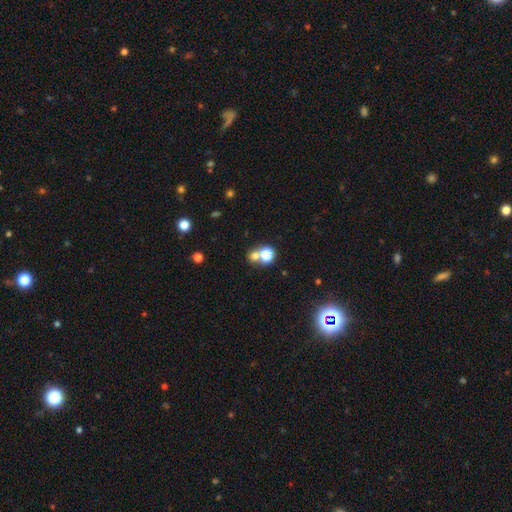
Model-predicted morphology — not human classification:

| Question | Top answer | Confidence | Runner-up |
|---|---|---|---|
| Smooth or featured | smooth | 71% | star or artifact (17%) |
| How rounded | round | 78% | in between (21%) |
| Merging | merger | 48% | none (42%) |